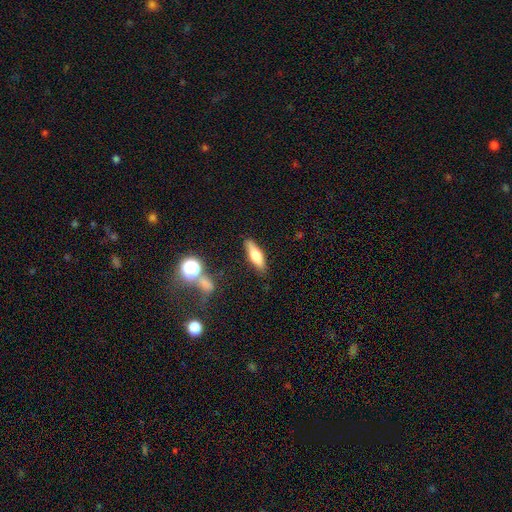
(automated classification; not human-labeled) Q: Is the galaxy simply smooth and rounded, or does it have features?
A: smooth — 60%.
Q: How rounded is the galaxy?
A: cigar-shaped — 51%.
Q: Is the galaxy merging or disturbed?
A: none — 84%.